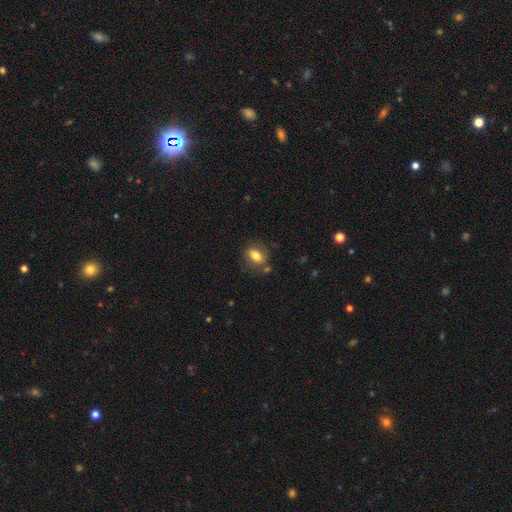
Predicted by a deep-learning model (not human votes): A smooth galaxy with no disk features (75%) that is in between round and cigar-shaped (77%). Merging: none (72%).